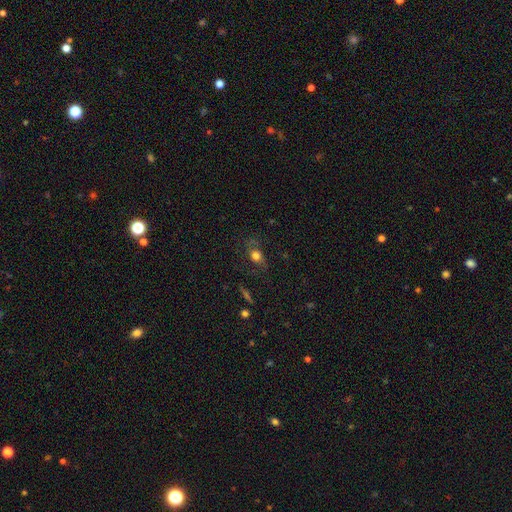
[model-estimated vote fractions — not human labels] smooth 60%, featured or disk 27%, star or artifact 13%. Down the decision tree: how rounded — in between (57%); merging — none (63%).